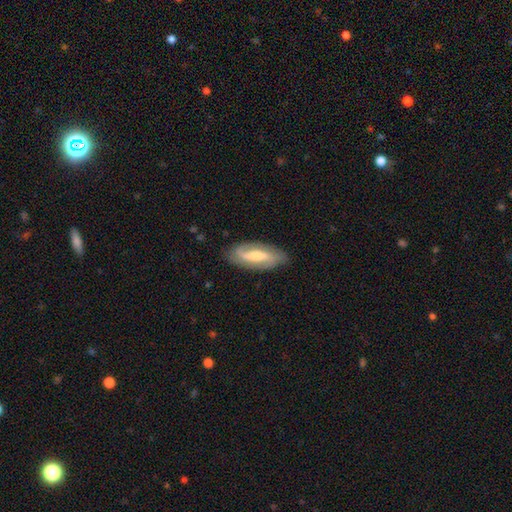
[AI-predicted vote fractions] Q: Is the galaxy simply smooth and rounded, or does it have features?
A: featured or disk — 71%.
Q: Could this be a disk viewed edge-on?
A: no — 88%.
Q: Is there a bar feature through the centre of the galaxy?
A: weak — 41%.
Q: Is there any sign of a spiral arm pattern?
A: yes — 87%.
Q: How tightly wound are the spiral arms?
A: medium — 41%.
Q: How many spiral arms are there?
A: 2 — 83%.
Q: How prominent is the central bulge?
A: moderate — 54%.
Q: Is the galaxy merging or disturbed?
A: none — 83%.